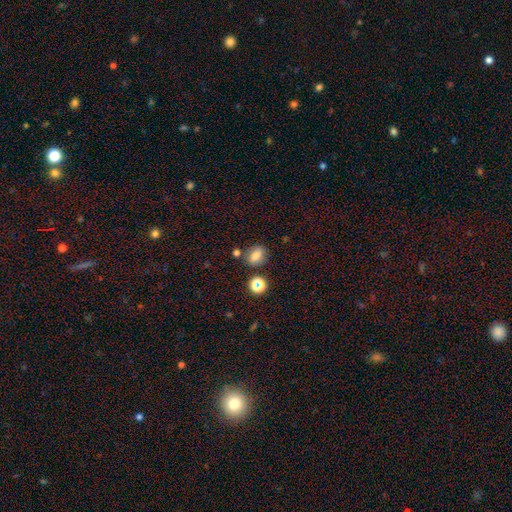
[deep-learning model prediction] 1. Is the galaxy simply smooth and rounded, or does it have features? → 72% smooth, 16% star or artifact, 12% featured or disk.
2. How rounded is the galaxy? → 59% in between, 38% round, 2% cigar-shaped.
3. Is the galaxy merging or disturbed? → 74% none, 14% minor disturbance, 8% merger, 4% major disturbance.